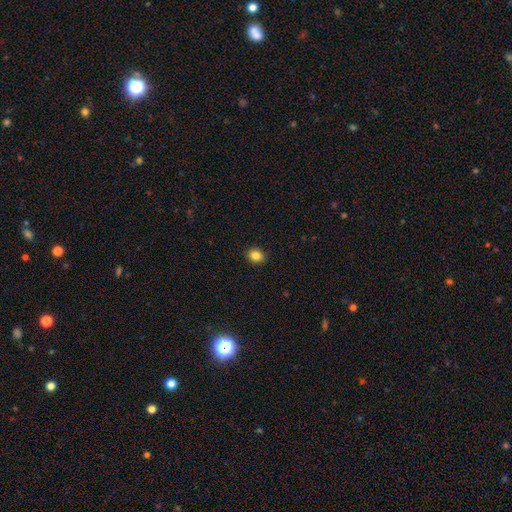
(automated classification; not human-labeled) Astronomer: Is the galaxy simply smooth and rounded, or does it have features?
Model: smooth — 84%.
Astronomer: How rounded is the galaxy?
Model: round — 75%.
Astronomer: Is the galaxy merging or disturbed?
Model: none — 91%.